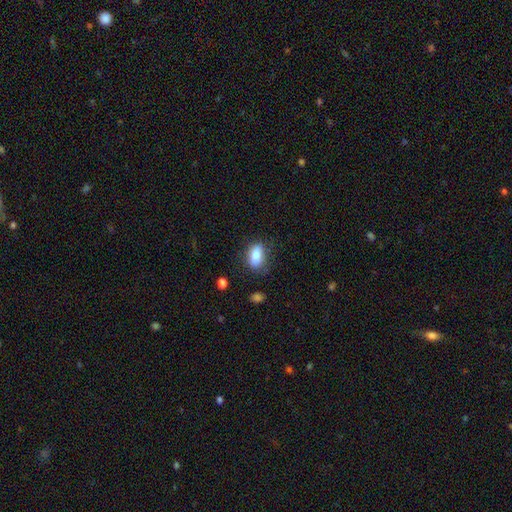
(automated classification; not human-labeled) Smooth or featured? Predicted: smooth (p=0.81). How rounded? Predicted: in between (p=0.84). Merging? Predicted: none (p=0.76).